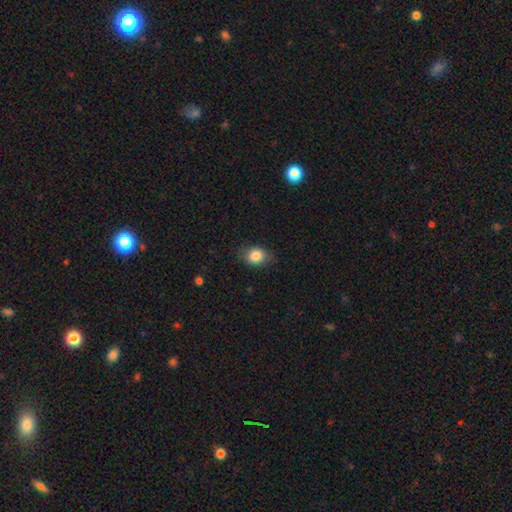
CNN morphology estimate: This appears to be a smooth galaxy with no disk features (84%) that is in between round and cigar-shaped (51%). Merging: none (77%).